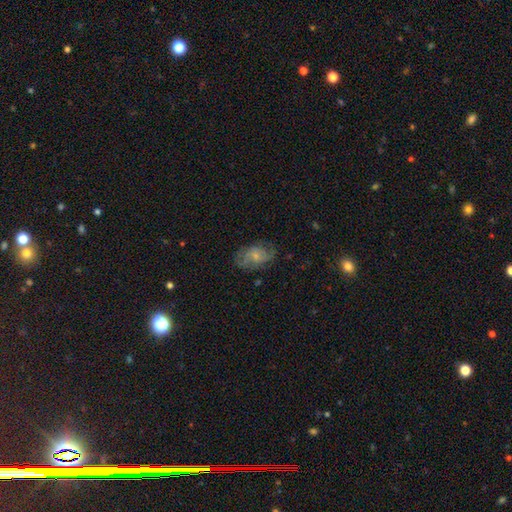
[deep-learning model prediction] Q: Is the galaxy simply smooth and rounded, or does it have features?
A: featured or disk — 53%.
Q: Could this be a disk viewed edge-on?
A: no — 96%.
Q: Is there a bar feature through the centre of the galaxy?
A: no — 72%.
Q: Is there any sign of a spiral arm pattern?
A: yes — 78%.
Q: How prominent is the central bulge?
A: small — 60%.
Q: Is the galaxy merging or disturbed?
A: none — 64%.